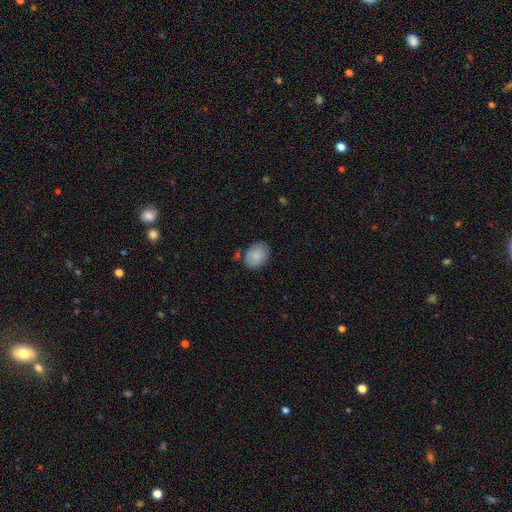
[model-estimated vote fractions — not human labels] Smooth or featured: smooth — 87% (star or artifact — 7%)
How rounded: in between — 71% (round — 28%)
Merging: none — 77% (minor disturbance — 15%)